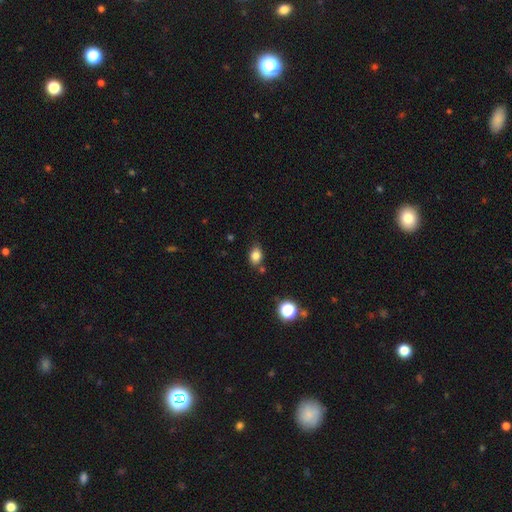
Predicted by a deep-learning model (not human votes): A smooth galaxy with no disk features (82%) that is in between round and cigar-shaped (71%).

Vote fractions:
- Smooth or featured? smooth: 82% / star or artifact: 11% / featured or disk: 7%
- How rounded? in between: 71% / round: 28% / cigar-shaped: 1%
- Merging? none: 72% / minor disturbance: 18% / merger: 6% / major disturbance: 4%